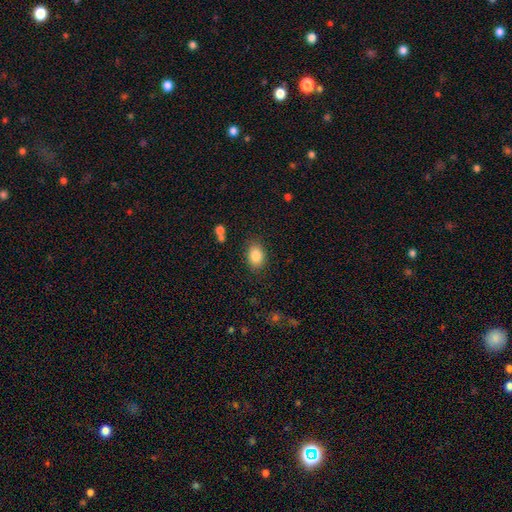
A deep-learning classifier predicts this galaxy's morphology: A smooth galaxy with no disk features (85%) that is in between round and cigar-shaped (74%).

Vote fractions:
- Smooth or featured? smooth: 85% / star or artifact: 8% / featured or disk: 6%
- How rounded? in between: 74% / round: 25% / cigar-shaped: 1%
- Merging? none: 84% / minor disturbance: 11% / major disturbance: 3% / merger: 2%